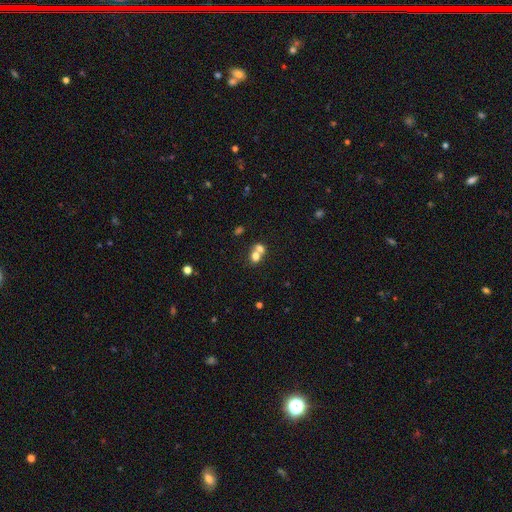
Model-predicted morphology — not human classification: This appears to be a smooth galaxy with no disk features (69%) that is round (59%). Merging: merger (63%).